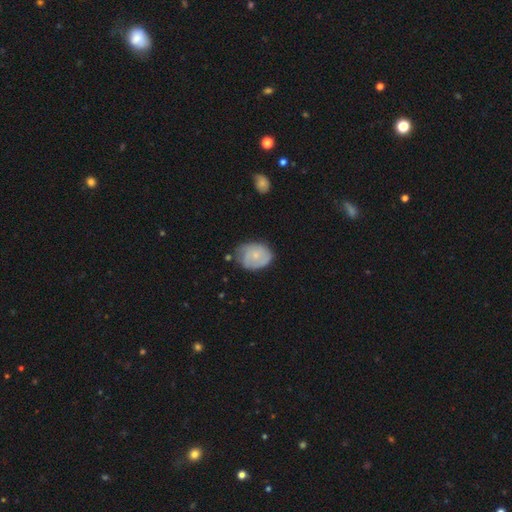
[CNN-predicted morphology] featured or disk 52%, smooth 42%, star or artifact 7%. Down the decision tree: edge-on disk — no (97%); bar — no (77%); spiral arms — yes (77%); bulge size — small (71%); merging — none (57%).